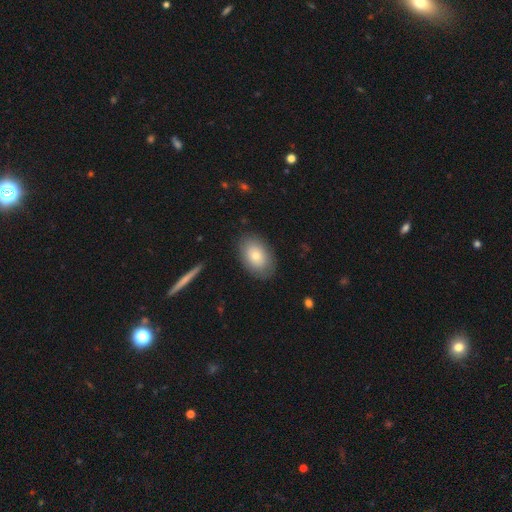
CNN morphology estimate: Overall: smooth (74%). How rounded: in between (84%). Merging: none (84%).